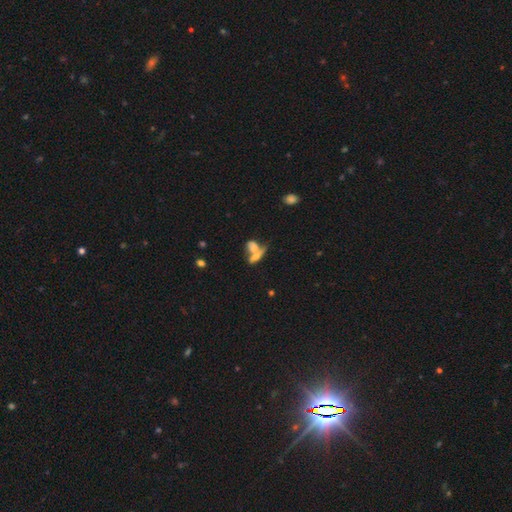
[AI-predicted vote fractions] The model was most divided on "smooth or featured": smooth: 54%, featured or disk: 33%, star or artifact: 13%. More confident: merging — merger (61%); how rounded — in between (60%).